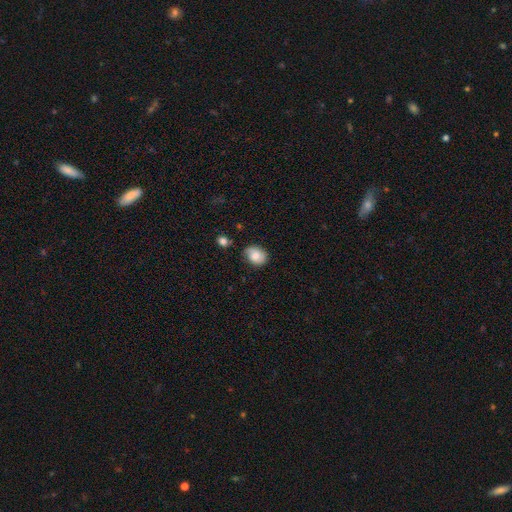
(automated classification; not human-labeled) Smooth or featured? smooth (75%)
How rounded? in between (58%)
Merging? none (63%)